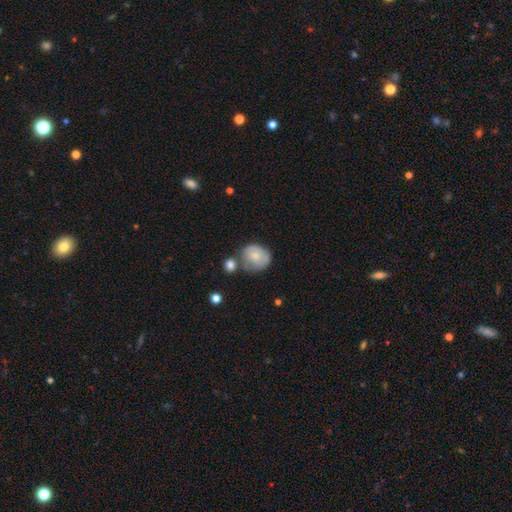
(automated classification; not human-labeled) The model was most divided on "merging": none: 46%, minor disturbance: 25%, merger: 19%, major disturbance: 9%. More confident: how rounded — round (74%); smooth or featured — smooth (71%).